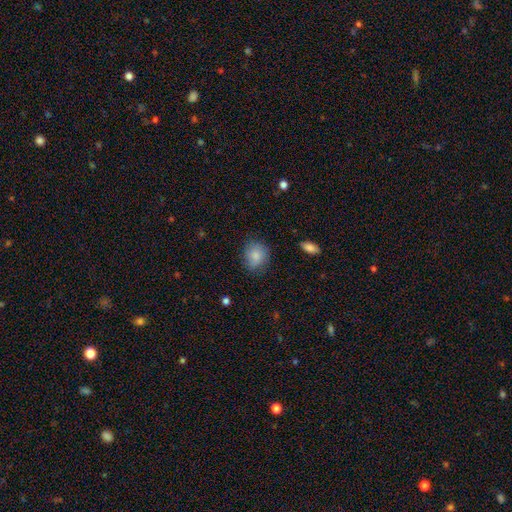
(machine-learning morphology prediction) The model was most divided on "how rounded": round: 66%, in between: 32%, cigar-shaped: 1%. More confident: smooth or featured — smooth (85%); merging — none (78%).